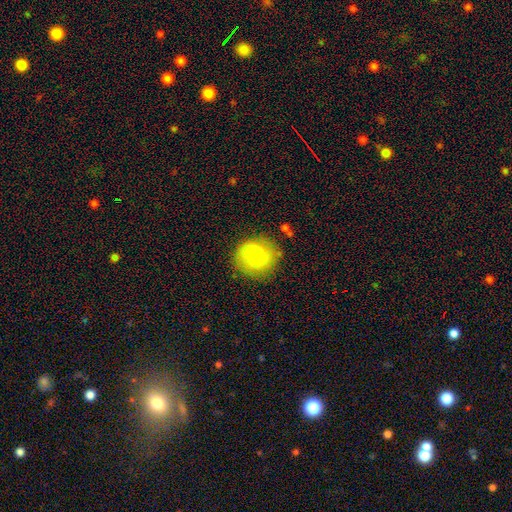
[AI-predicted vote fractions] A smooth galaxy with no disk features (79%) that is round (90%).

Vote fractions:
- Smooth or featured? smooth: 79% / featured or disk: 14% / star or artifact: 7%
- How rounded? round: 90% / in between: 9% / cigar-shaped: 1%
- Merging? none: 78% / minor disturbance: 15% / major disturbance: 5% / merger: 2%